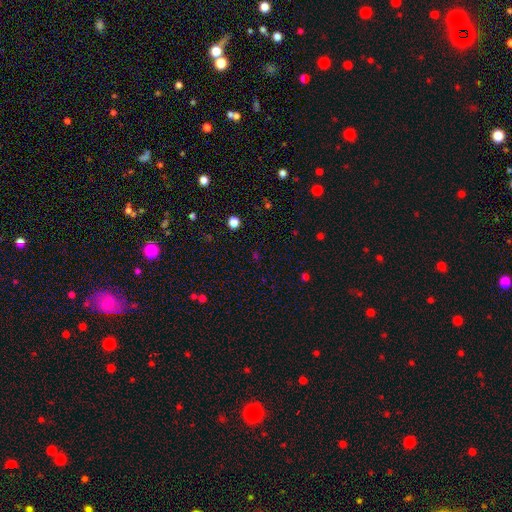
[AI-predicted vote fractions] Smooth or featured?
  - star or artifact: 55% *
  - smooth: 39%
  - featured or disk: 6%